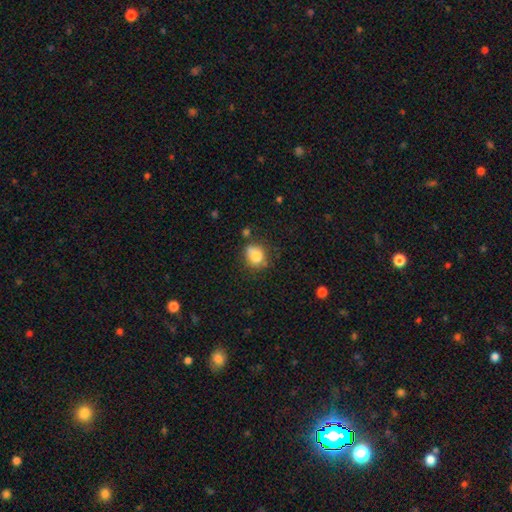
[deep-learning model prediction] The model was most divided on "how rounded": round: 62%, in between: 37%, cigar-shaped: 1%. More confident: smooth or featured — smooth (80%); merging — none (60%).